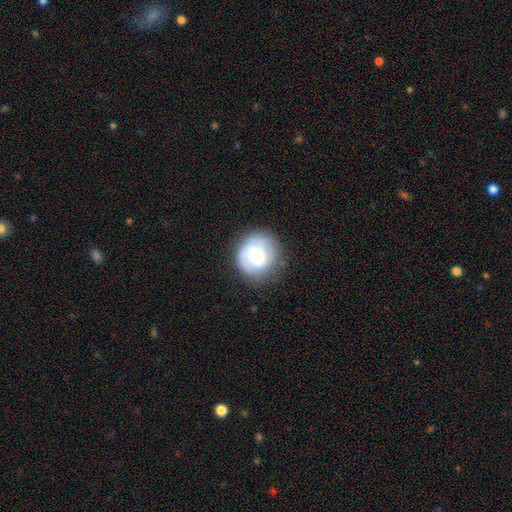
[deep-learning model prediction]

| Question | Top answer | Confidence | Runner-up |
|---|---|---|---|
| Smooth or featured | featured or disk | 49% | smooth (44%) |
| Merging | none | 76% | minor disturbance (15%) |